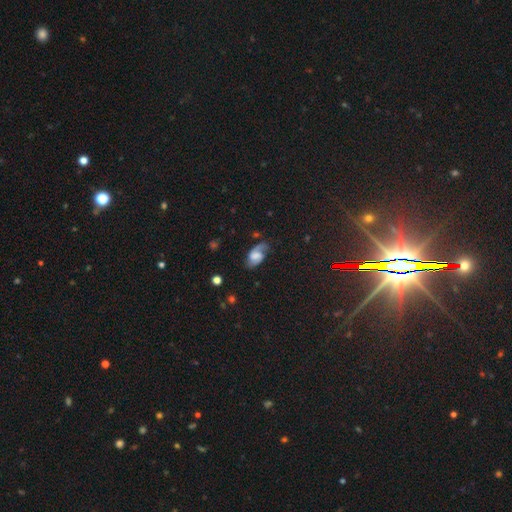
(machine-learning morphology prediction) Smooth or featured? Predicted: featured or disk (p=0.63). Edge-on disk? Predicted: no (p=0.96). Bar? Predicted: weak (p=0.46). Spiral arms? Predicted: yes (p=0.91). Spiral winding? Predicted: medium (p=0.46). Spiral arm count? Predicted: 2 (p=0.78). Bulge size? Predicted: moderate (p=0.26, tied with none). Merging? Predicted: none (p=0.65).